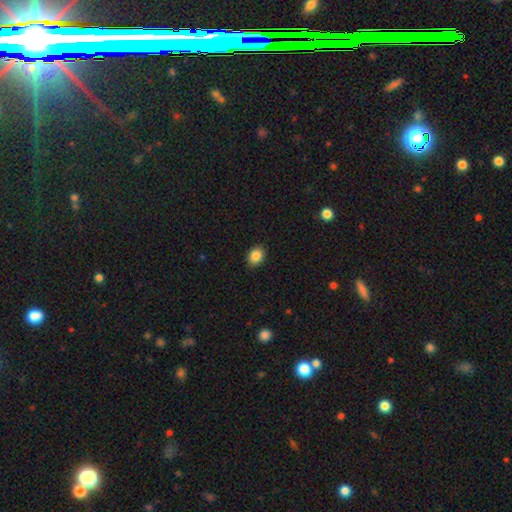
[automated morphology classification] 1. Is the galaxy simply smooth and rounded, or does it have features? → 86% smooth, 9% star or artifact, 5% featured or disk.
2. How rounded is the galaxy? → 63% in between, 36% round, 1% cigar-shaped.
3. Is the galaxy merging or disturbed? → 89% none, 8% minor disturbance, 2% major disturbance, 1% merger.